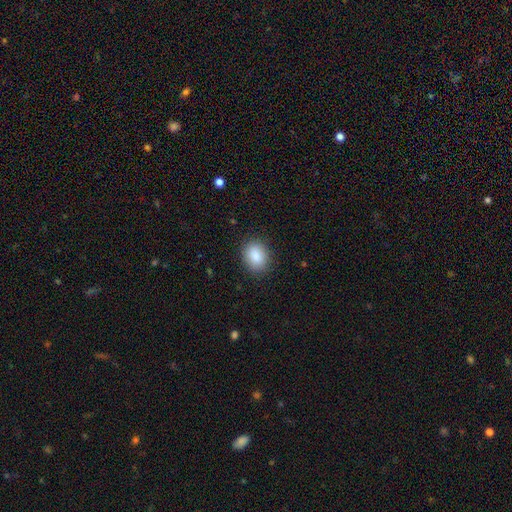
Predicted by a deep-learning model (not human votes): smooth-or-featured: smooth: 88% | star or artifact: 8% | featured or disk: 5%
  how-rounded: in between: 58% | round: 41% | cigar-shaped: 1%
  merging: none: 87% | minor disturbance: 9% | major disturbance: 3% | merger: 1%